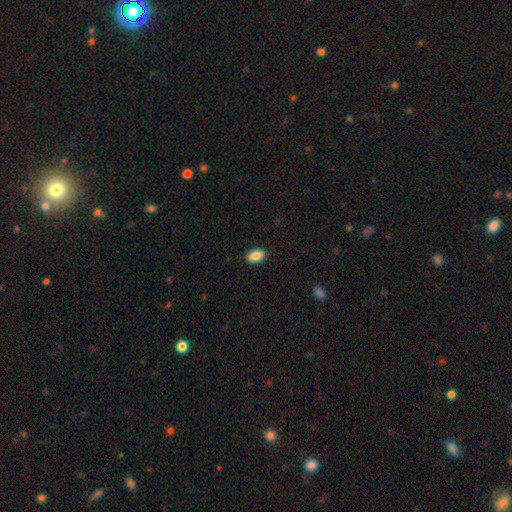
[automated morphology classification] smooth 89%, star or artifact 7%, featured or disk 4%. Down the decision tree: how rounded — in between (91%); merging — none (89%).